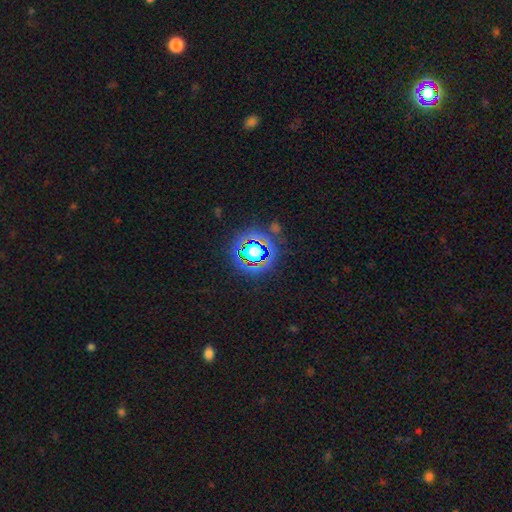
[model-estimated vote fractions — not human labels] Smooth or featured? star or artifact (76%)